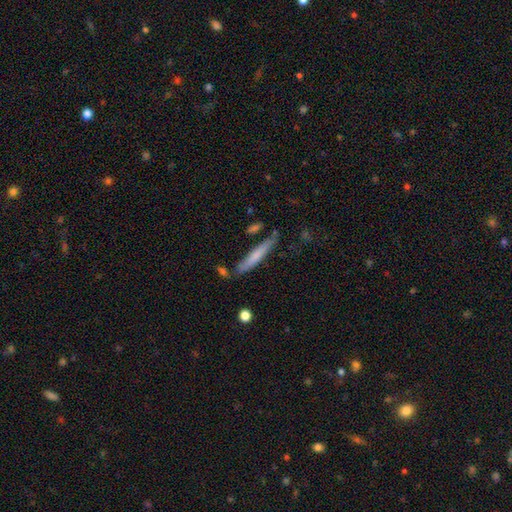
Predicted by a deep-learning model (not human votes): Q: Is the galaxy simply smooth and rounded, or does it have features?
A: smooth — 63%.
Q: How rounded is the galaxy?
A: cigar-shaped — 93%.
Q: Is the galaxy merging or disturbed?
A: none — 76%.